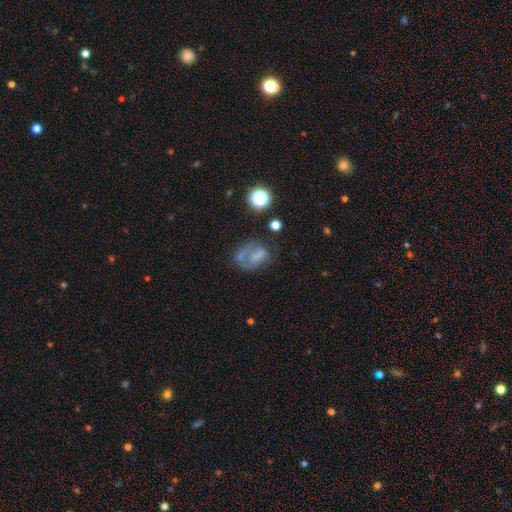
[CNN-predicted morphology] A featured or disk galaxy (41%, tied with smooth).

Vote fractions:
- Smooth or featured? featured or disk: 41% (tied) / smooth: 41% (tied) / star or artifact: 18%
- Merging? none: 38% / major disturbance: 32% / minor disturbance: 22% / merger: 7%